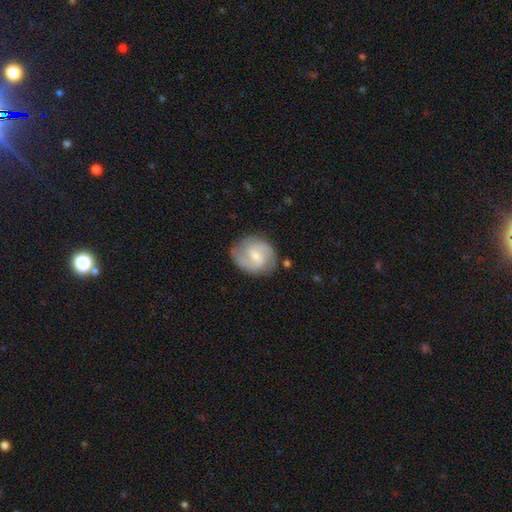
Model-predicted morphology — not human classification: Overall: featured or disk (71%). Edge-on disk: no (98%). Bar: weak (60%; no 26%). Spiral arms: yes (93%). Spiral arm count: 2 (82%). Spiral winding: medium (52%; tight 28%). Bulge size: small (51%; moderate 38%). Merging: none (77%).